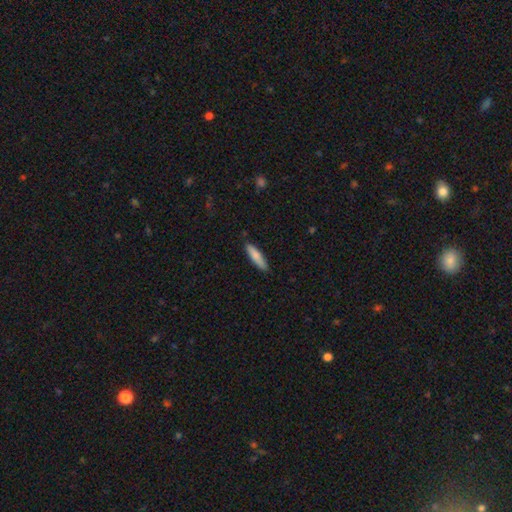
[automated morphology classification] type=smooth (81%); roundness=cigar-shaped (75%); merging=none (87%).